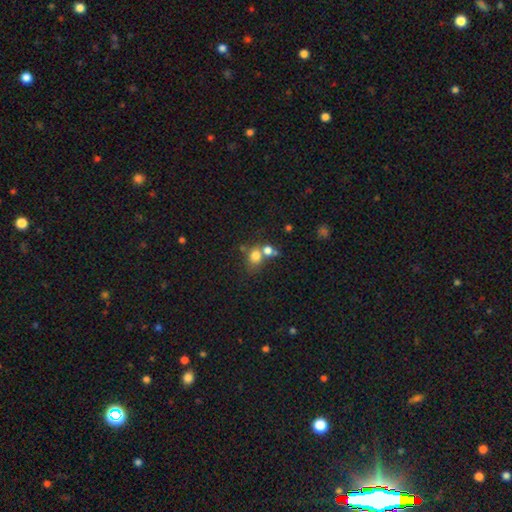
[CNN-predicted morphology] smooth 76%, star or artifact 14%, featured or disk 11%. Down the decision tree: how rounded — round (66%); merging — none (43%).